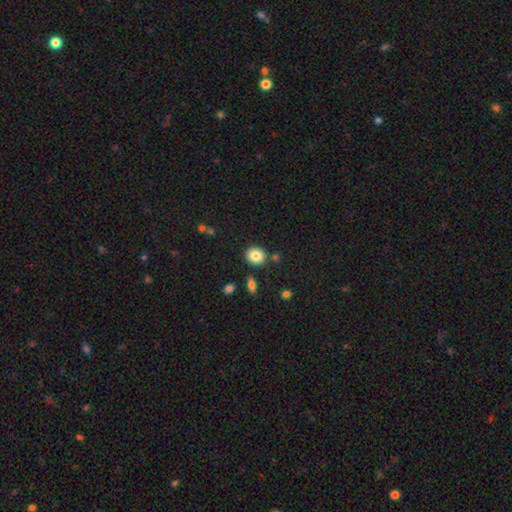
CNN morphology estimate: This appears to be a smooth galaxy with no disk features (82%) that is round (75%). Merging: none (84%).